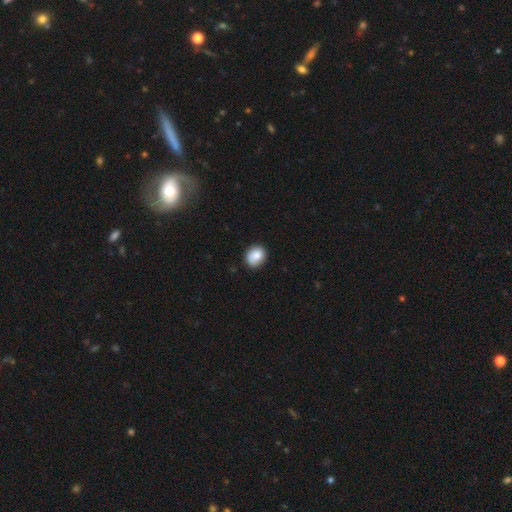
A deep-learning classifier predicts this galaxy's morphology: type=smooth (85%); roundness=round (58%); merging=none (83%).